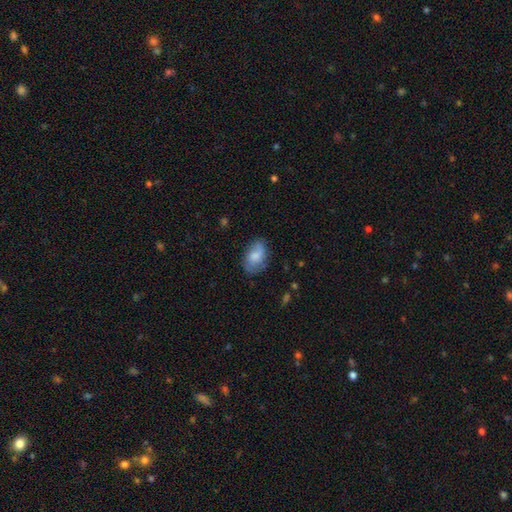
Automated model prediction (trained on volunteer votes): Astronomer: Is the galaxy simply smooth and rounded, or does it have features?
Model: smooth — 63%.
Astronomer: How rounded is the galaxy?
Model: in between — 86%.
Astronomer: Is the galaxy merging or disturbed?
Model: none — 63%.